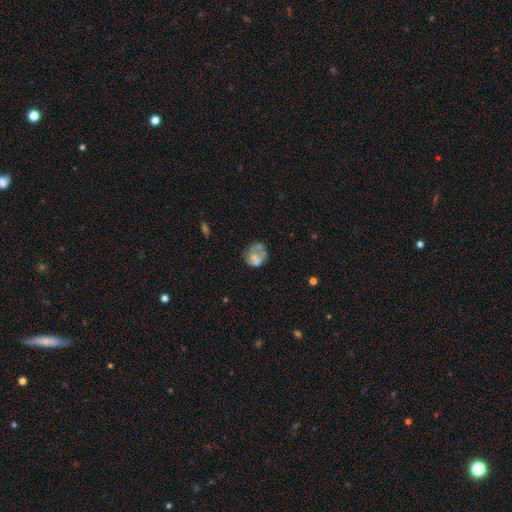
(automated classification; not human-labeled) Overall: smooth (50%; featured or disk 40%). How rounded: round (65%; in between 34%). Merging: none (44%; minor disturbance 24%).